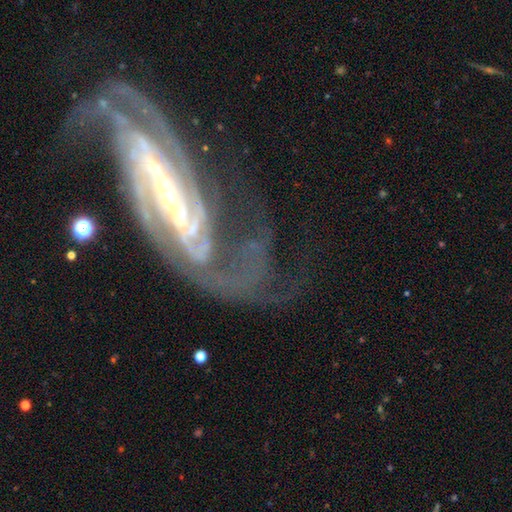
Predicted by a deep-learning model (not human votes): Smooth or featured: featured or disk — 91% (star or artifact — 5%)
Edge-on disk: no — 93% (yes — 7%)
Bar: strong — 71% (weak — 19%)
Spiral arms: yes — 98% (no — 2%)
Spiral winding: medium — 45% (tight — 41%)
Spiral arm count: 2 — 55% (3 — 15%)
Bulge size: small — 67% (moderate — 25%)
Merging: none — 54% (major disturbance — 22%)